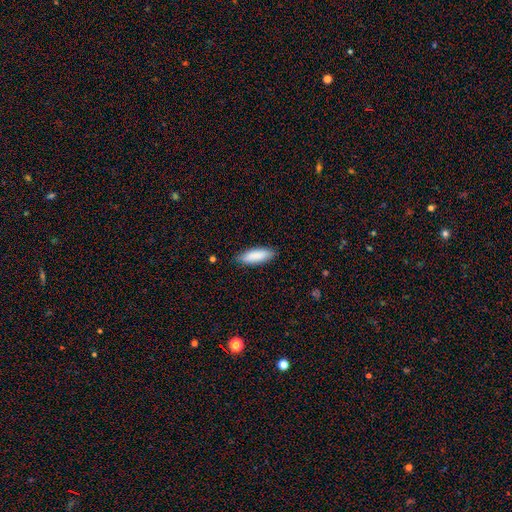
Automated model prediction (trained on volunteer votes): Q: Smooth or featured?
A: smooth (88%); runner-up: featured or disk (6%)
Q: How rounded?
A: in between (63%); runner-up: cigar-shaped (36%)
Q: Merging?
A: none (86%); runner-up: minor disturbance (11%)